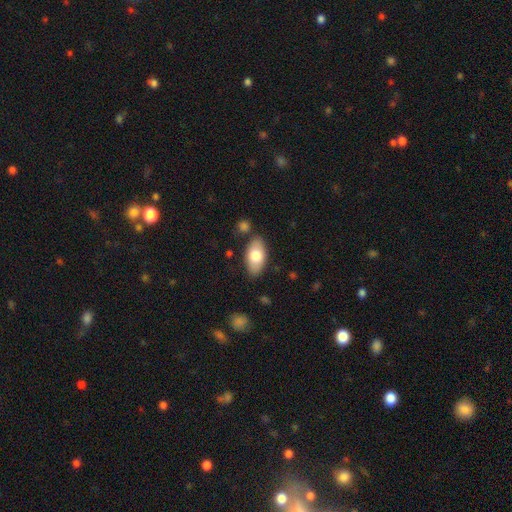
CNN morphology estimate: Smooth or featured? Predicted: smooth (p=0.76). How rounded? Predicted: in between (p=0.93). Merging? Predicted: none (p=0.81).